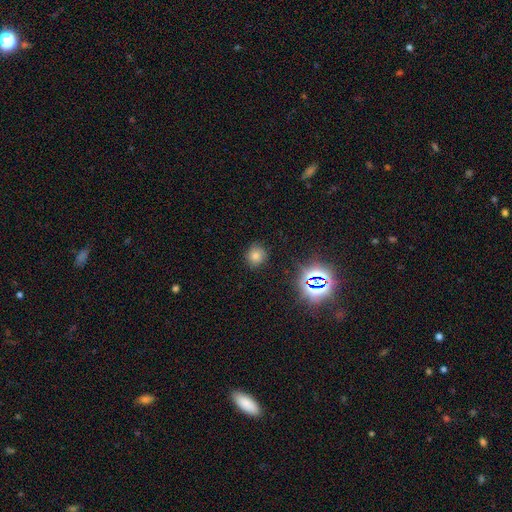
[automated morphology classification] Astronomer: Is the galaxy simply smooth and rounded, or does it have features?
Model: smooth — 61%.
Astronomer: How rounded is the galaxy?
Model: round — 84%.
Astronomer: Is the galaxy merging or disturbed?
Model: none — 85%.